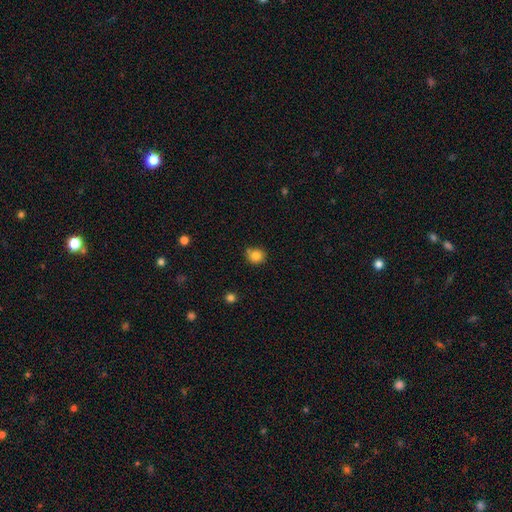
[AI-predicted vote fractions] Overall: smooth (83%). How rounded: round (84%). Merging: none (76%).